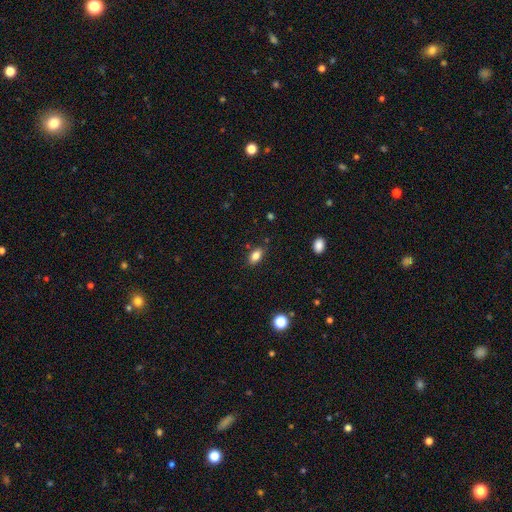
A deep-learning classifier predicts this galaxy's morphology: smooth-or-featured: smooth: 84% | star or artifact: 10% | featured or disk: 6%
  how-rounded: in between: 87% | round: 10% | cigar-shaped: 3%
  merging: none: 84% | minor disturbance: 12% | major disturbance: 3% | merger: 2%